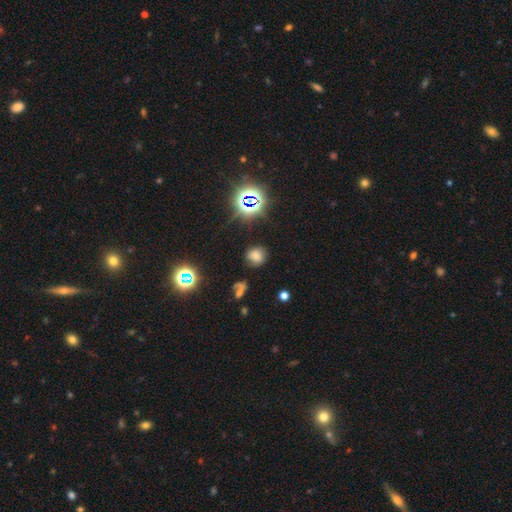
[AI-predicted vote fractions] A smooth galaxy with no disk features (62%) that is round (81%).

Vote fractions:
- Smooth or featured? smooth: 62% / star or artifact: 27% / featured or disk: 11%
- How rounded? round: 81% / in between: 18% / cigar-shaped: 1%
- Merging? none: 78% / minor disturbance: 13% / major disturbance: 5% / merger: 4%